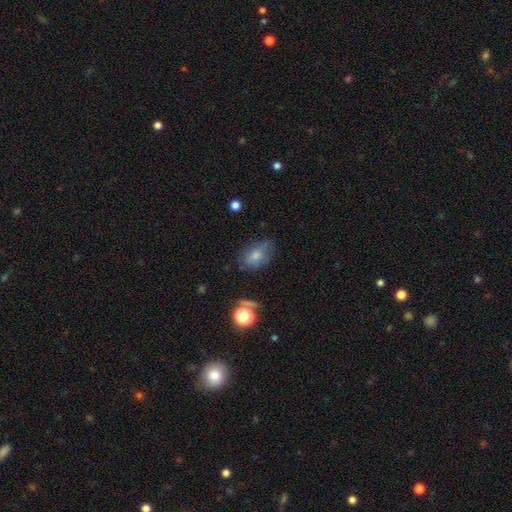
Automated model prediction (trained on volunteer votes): Overall: smooth (77%). How rounded: in between (78%). Merging: none (69%).